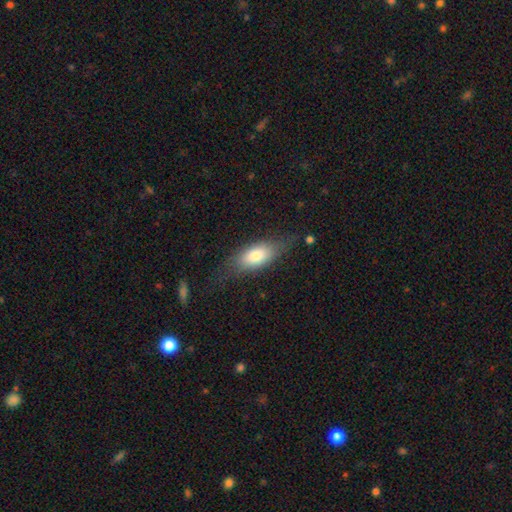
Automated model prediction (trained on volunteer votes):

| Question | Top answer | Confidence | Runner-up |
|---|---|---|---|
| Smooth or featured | smooth | 71% | featured or disk (22%) |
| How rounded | in between | 80% | cigar-shaped (16%) |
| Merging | none | 63% | minor disturbance (24%) |